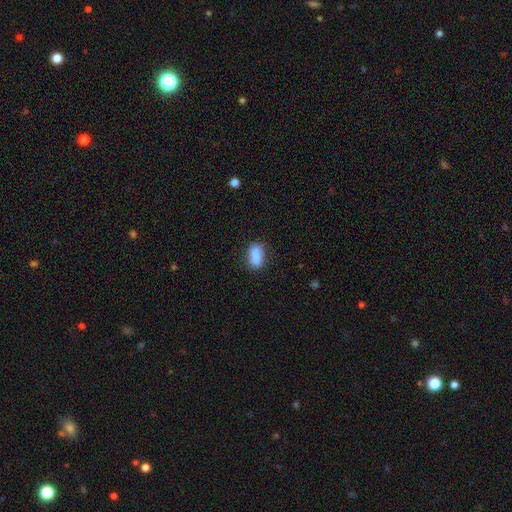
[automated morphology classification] Overall: smooth (83%). How rounded: in between (79%). Merging: none (72%).